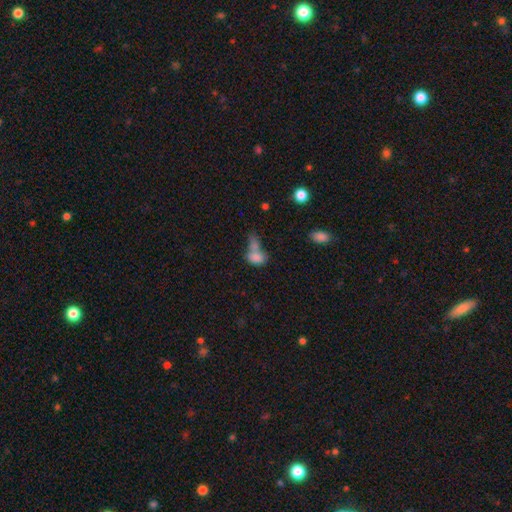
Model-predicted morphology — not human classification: This appears to be a smooth galaxy with no disk features (79%) that is in between round and cigar-shaped (80%). Merging: merger (58%).